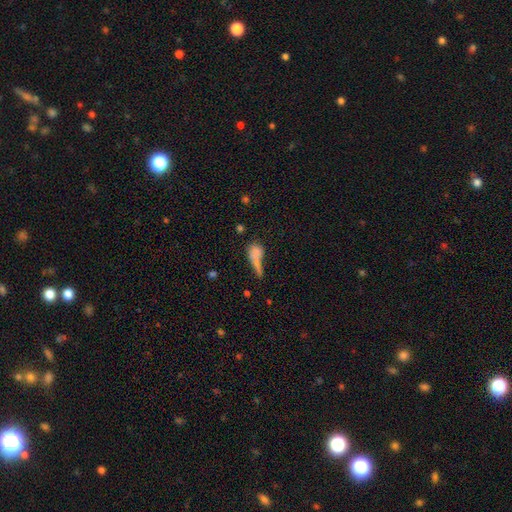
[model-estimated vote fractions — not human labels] Smooth or featured? smooth (67%)
How rounded? in between (46%)
Merging? merger (32%)